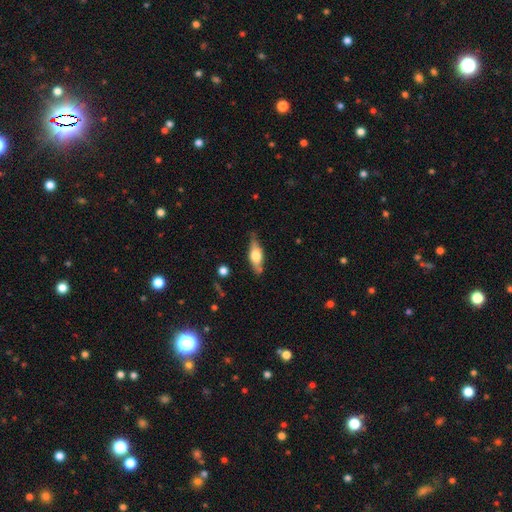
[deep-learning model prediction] Smooth or featured?
  - smooth: 48% *
  - featured or disk: 46%
  - star or artifact: 6%
Merging?
  - none: 73% *
  - minor disturbance: 20%
  - major disturbance: 4%
  - merger: 3%